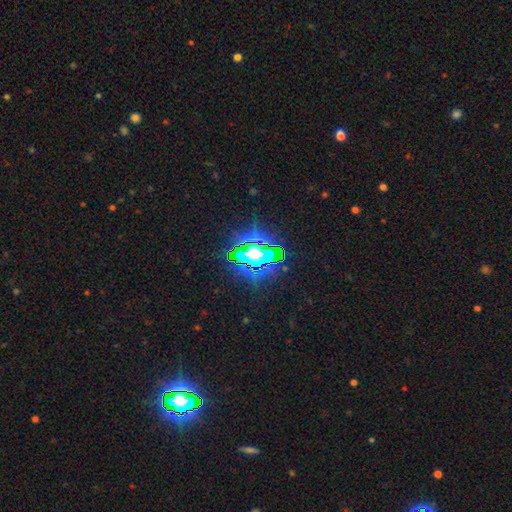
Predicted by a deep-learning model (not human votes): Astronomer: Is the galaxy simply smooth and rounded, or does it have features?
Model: star or artifact — 68%.